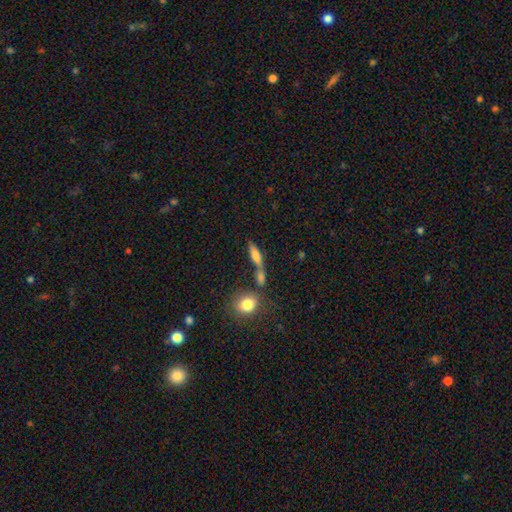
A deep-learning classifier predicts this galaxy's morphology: A smooth galaxy with no disk features (63%) that is cigar-shaped (52%). Merging: none (45%).